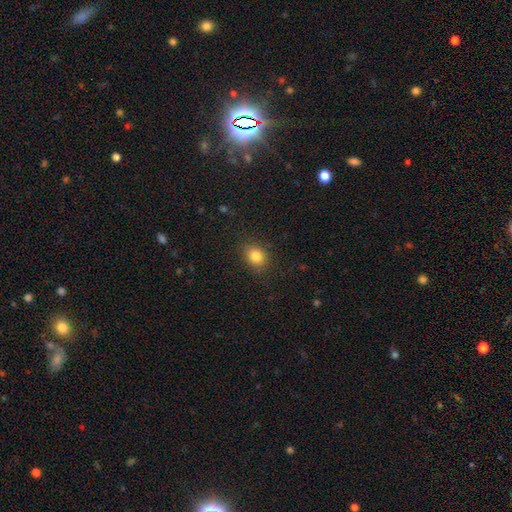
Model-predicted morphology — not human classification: Q: Smooth or featured?
A: smooth (84%); runner-up: star or artifact (11%)
Q: How rounded?
A: in between (51%); runner-up: round (48%)
Q: Merging?
A: none (85%); runner-up: minor disturbance (11%)